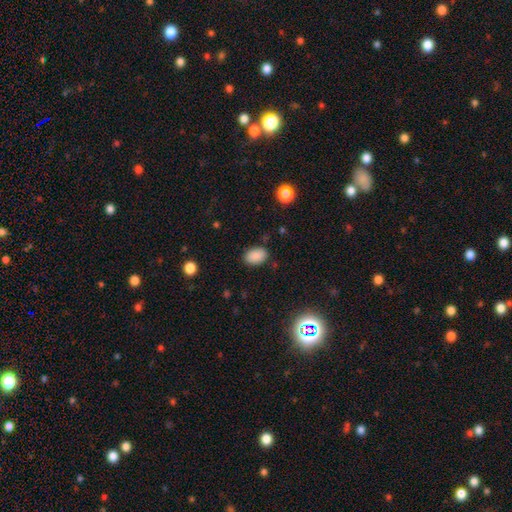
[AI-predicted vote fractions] This appears to be a smooth galaxy with no disk features (88%) that is in between round and cigar-shaped (87%). Merging: none (84%).